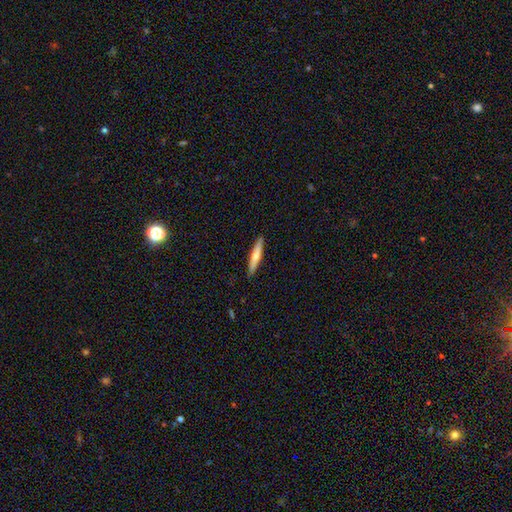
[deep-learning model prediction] smooth_or_featured: smooth (p=0.55) [alt: featured or disk p=0.39]
how_rounded: cigar-shaped (p=0.91) [alt: in between p=0.08]
merging: none (p=0.90) [alt: minor disturbance p=0.07]